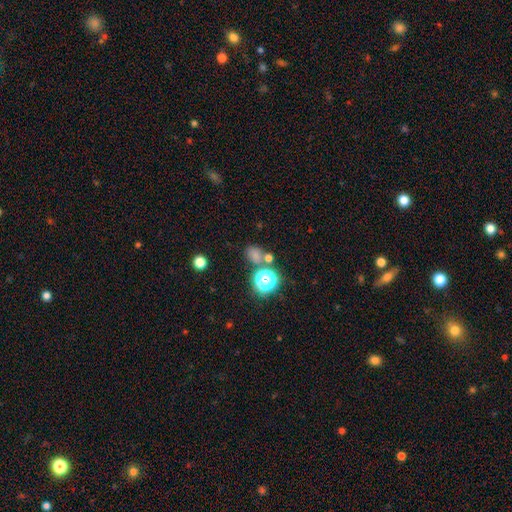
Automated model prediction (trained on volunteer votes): Smooth or featured? smooth (64%)
How rounded? round (56%)
Merging? none (62%)